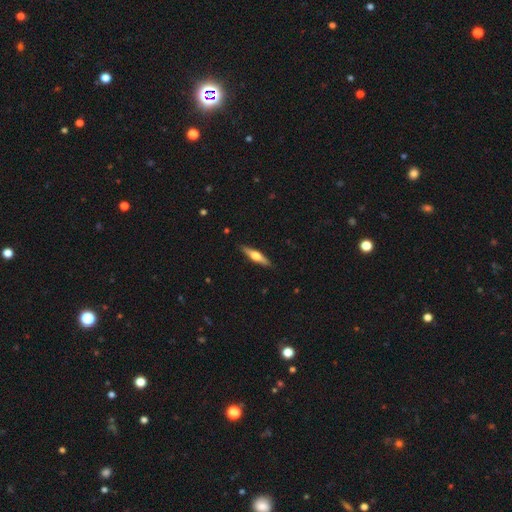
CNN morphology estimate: Smooth or featured?
  - featured or disk: 59% *
  - smooth: 36%
  - star or artifact: 5%
Edge-on disk?
  - yes: 96% *
  - no: 4%
Edge-on bulge?
  - rounded: 93% *
  - boxy: 4%
  - none: 3%
Merging?
  - none: 90% *
  - minor disturbance: 7%
  - major disturbance: 1%
  - merger: 1%